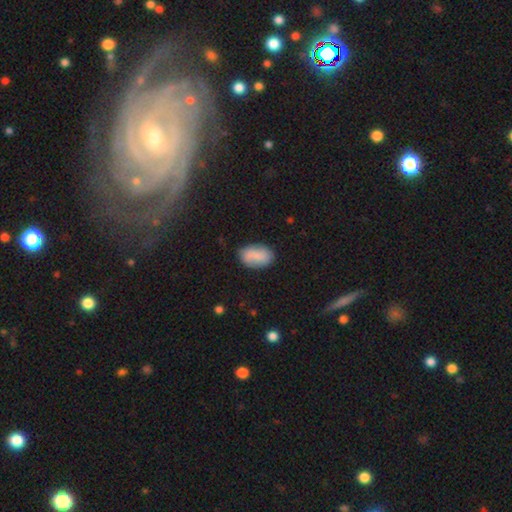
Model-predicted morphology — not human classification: A smooth galaxy with no disk features (80%) that is in between round and cigar-shaped (91%). Merging: none (77%).